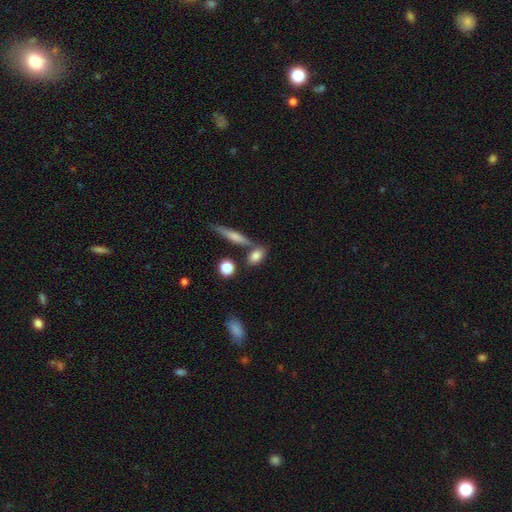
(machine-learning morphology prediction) Smooth or featured: smooth — 79% (featured or disk — 12%)
How rounded: in between — 73% (round — 14%)
Merging: none — 62% (merger — 20%)